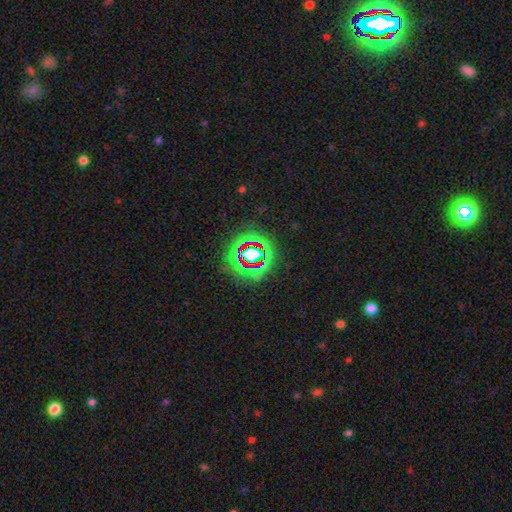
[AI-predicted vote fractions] A star or artifact, not a galaxy (75%).

Vote fractions:
- Smooth or featured? star or artifact: 75% / smooth: 14% / featured or disk: 10%